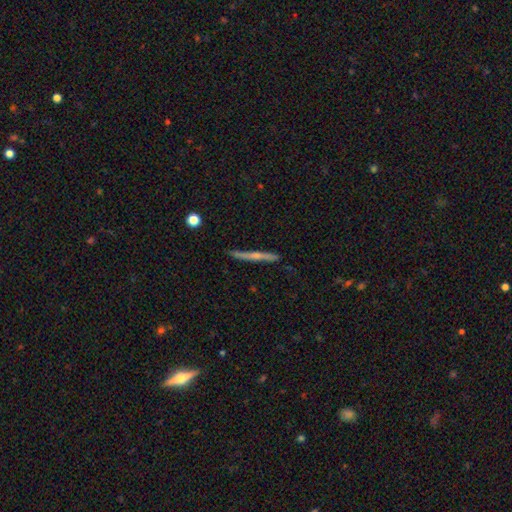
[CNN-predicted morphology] A featured or disk galaxy (58%) viewed edge-on (96%) with a rounded central bulge (49%).

Vote fractions:
- Smooth or featured? featured or disk: 58% / smooth: 35% / star or artifact: 7%
- Edge-on disk? yes: 96% / no: 4%
- Edge-on bulge? rounded: 49% / none: 45% / boxy: 7%
- Merging? none: 86% / minor disturbance: 11% / major disturbance: 2% / merger: 2%